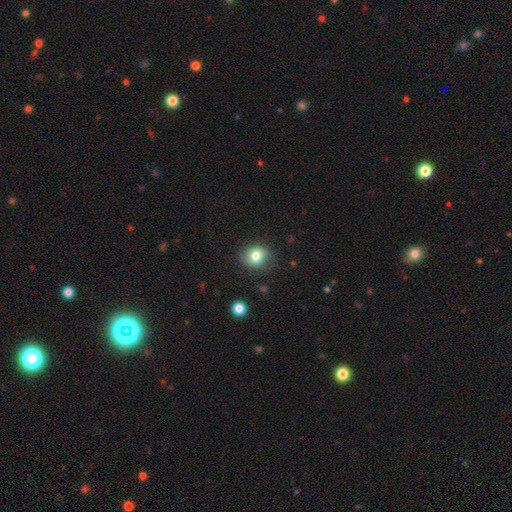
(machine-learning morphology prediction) Smooth or featured: smooth — 80% (featured or disk — 10%)
How rounded: round — 64% (in between — 35%)
Merging: none — 78% (minor disturbance — 16%)